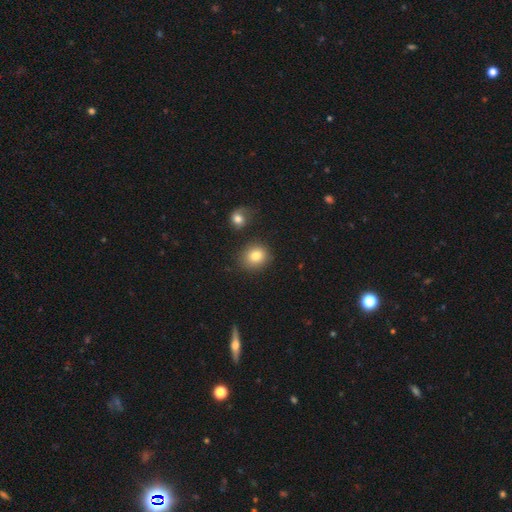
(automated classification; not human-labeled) Smooth or featured: smooth — 82% (star or artifact — 10%)
How rounded: round — 73% (in between — 26%)
Merging: none — 79% (minor disturbance — 11%)